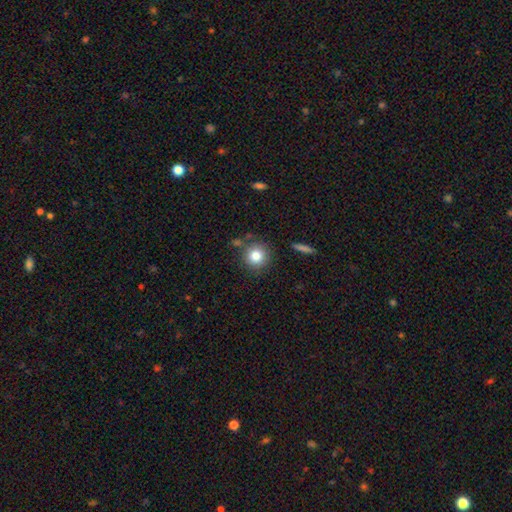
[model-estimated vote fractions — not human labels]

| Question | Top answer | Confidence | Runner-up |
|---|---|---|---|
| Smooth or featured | smooth | 81% | star or artifact (10%) |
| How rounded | round | 93% | in between (6%) |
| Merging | none | 80% | minor disturbance (10%) |